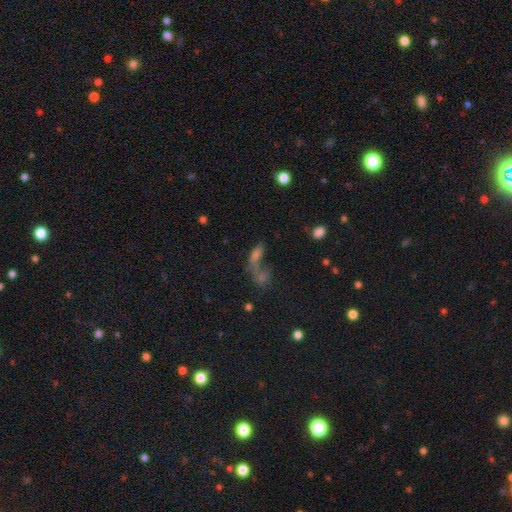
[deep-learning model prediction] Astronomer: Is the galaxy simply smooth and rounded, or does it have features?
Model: smooth — 56%.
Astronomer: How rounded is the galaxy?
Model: in between — 62%.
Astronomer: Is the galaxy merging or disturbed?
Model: merger — 46% (runner-up: none, 33%).